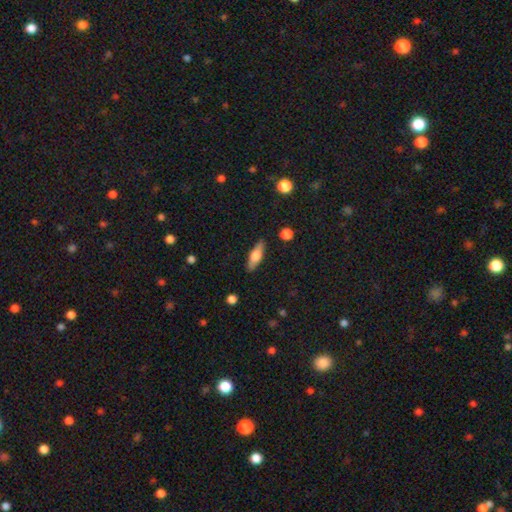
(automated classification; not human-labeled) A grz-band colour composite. It shows a smooth galaxy with no disk features (53%) that is cigar-shaped (53%). Merging: none (88%).